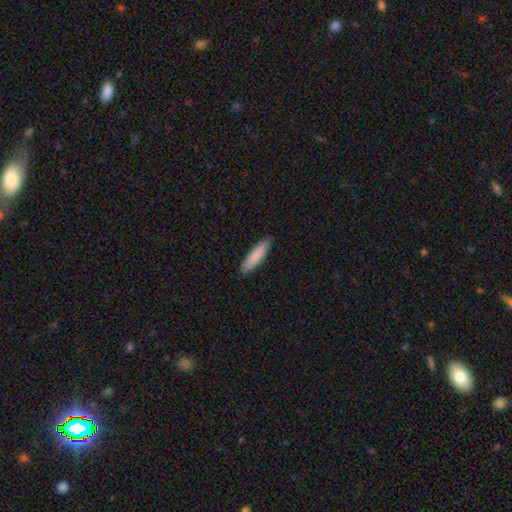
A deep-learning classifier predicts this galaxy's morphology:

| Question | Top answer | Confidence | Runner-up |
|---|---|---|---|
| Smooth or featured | smooth | 85% | featured or disk (9%) |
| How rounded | cigar-shaped | 77% | in between (21%) |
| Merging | none | 87% | minor disturbance (10%) |